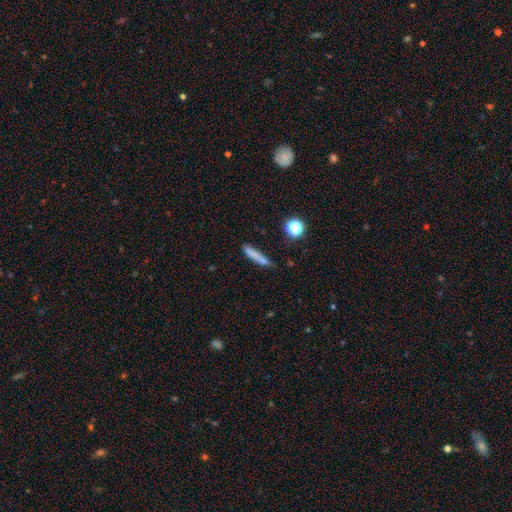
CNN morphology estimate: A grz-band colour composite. It shows a smooth galaxy with no disk features (75%) that is cigar-shaped (90%). Merging: none (74%).